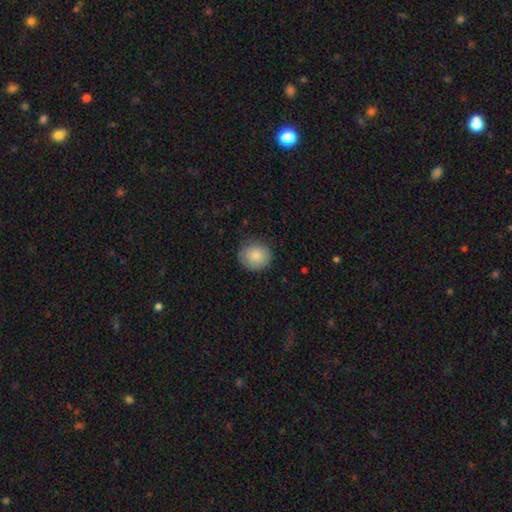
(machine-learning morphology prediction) This appears to be a smooth galaxy with no disk features (87%) that is round (90%). Merging: none (83%).